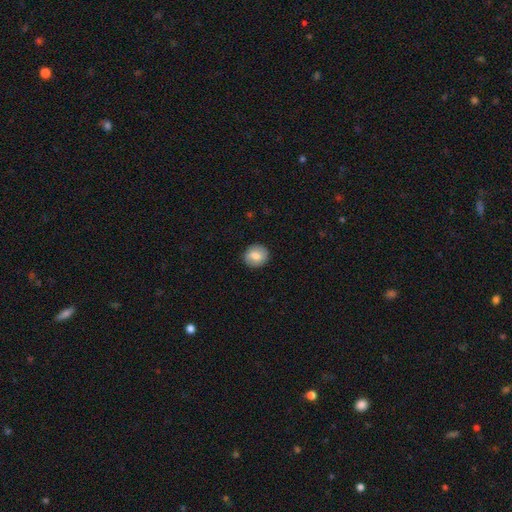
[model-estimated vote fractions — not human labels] This appears to be a smooth galaxy with no disk features (76%) that is round (82%). Merging: none (88%).